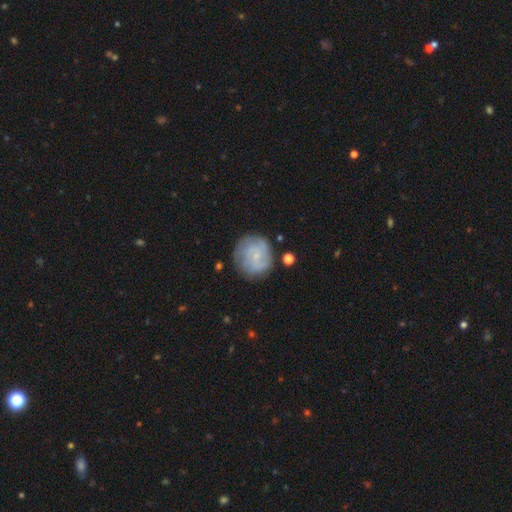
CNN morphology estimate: This appears to be a smooth galaxy with no disk features (47%). Merging: none (71%).